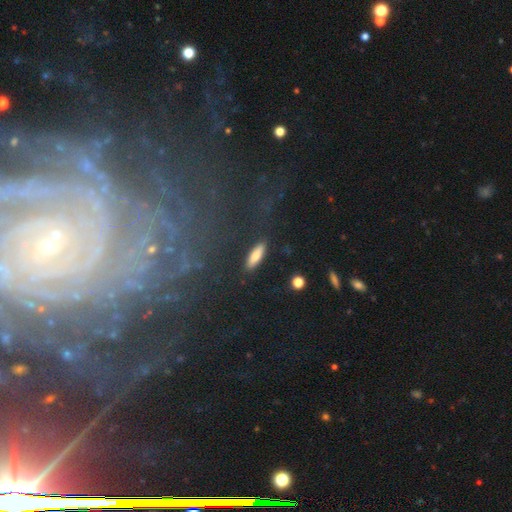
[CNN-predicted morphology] This is clearly a smooth galaxy (80%). How rounded: possibly cigar-shaped (56%). Merging: clearly none (87%).